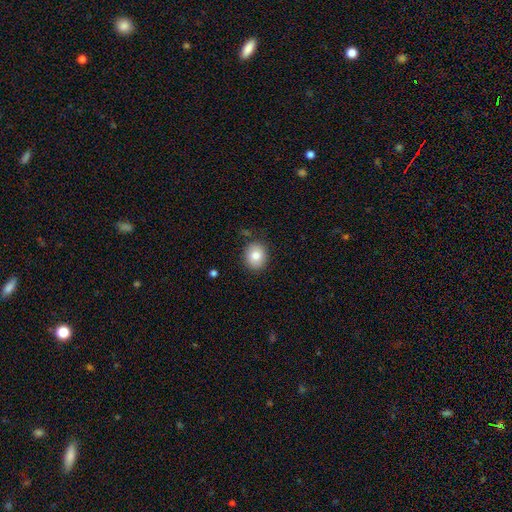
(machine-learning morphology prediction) A smooth galaxy with no disk features (81%) that is round (73%).

Vote fractions:
- Smooth or featured? smooth: 81% / featured or disk: 10% / star or artifact: 9%
- How rounded? round: 73% / in between: 27% / cigar-shaped: 1%
- Merging? none: 84% / minor disturbance: 11% / major disturbance: 3% / merger: 2%